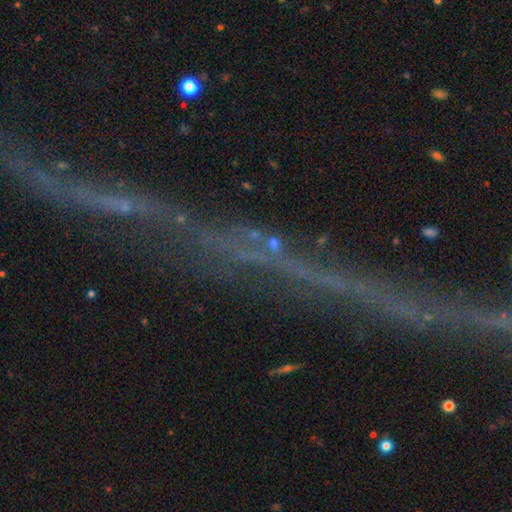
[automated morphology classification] Overall: star or artifact (55%; featured or disk 32%).